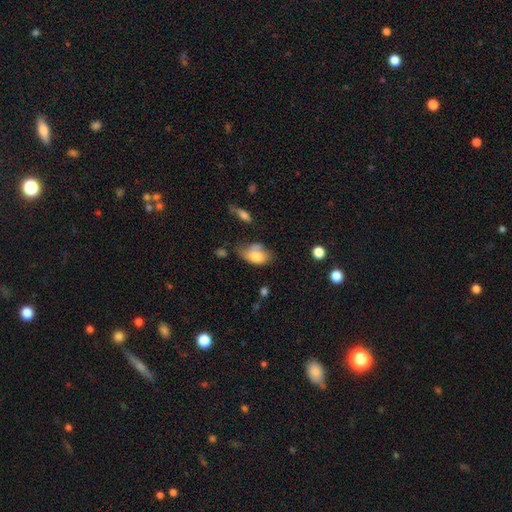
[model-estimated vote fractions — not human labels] This appears to be a smooth galaxy with no disk features (71%) that is in between round and cigar-shaped (88%). Merging: minor disturbance (38%).